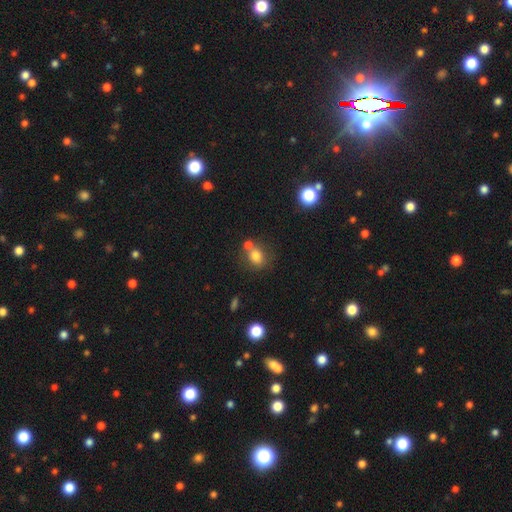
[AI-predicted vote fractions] Overall: smooth (76%). How rounded: round (64%; in between 35%). Merging: none (52%; merger 31%).